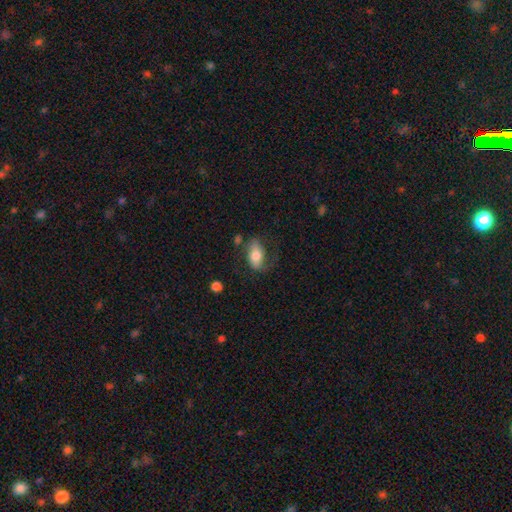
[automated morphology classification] smooth 60%, featured or disk 33%, star or artifact 7%. Down the decision tree: how rounded — in between (89%); merging — none (51%).